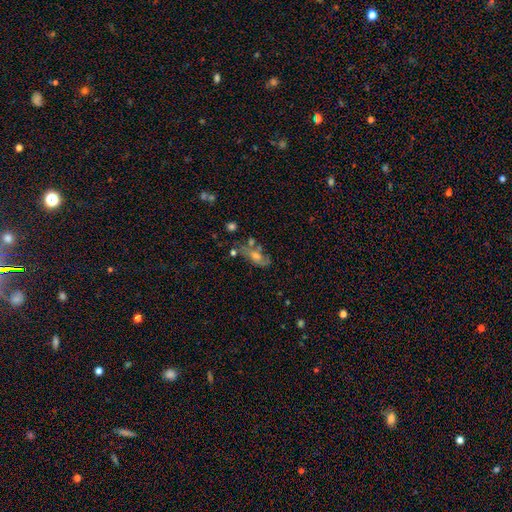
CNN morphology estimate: smooth-or-featured: featured or disk: 44% | smooth: 38% | star or artifact: 18%
  merging: none: 50% | minor disturbance: 21% | merger: 16% | major disturbance: 13%